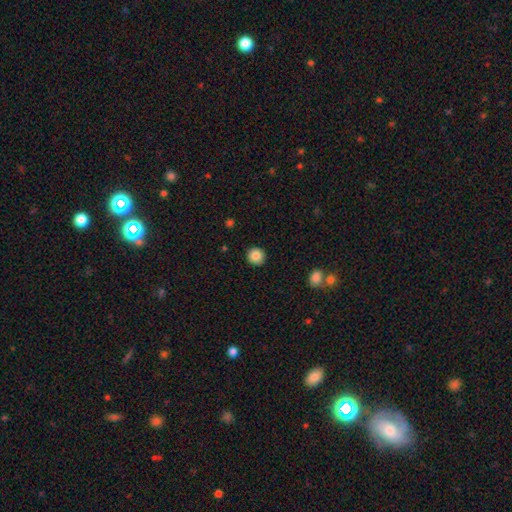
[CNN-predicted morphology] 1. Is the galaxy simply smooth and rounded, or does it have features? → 87% smooth, 9% star or artifact, 4% featured or disk.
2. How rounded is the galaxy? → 94% round, 5% in between, 1% cigar-shaped.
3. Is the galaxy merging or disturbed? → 92% none, 5% minor disturbance, 2% major disturbance, 1% merger.